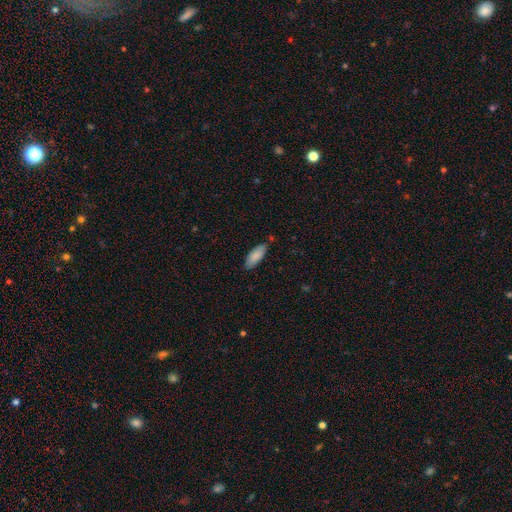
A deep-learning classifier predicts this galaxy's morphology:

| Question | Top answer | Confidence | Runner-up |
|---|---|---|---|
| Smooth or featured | smooth | 86% | featured or disk (8%) |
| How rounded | in between | 76% | cigar-shaped (22%) |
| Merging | none | 76% | minor disturbance (18%) |